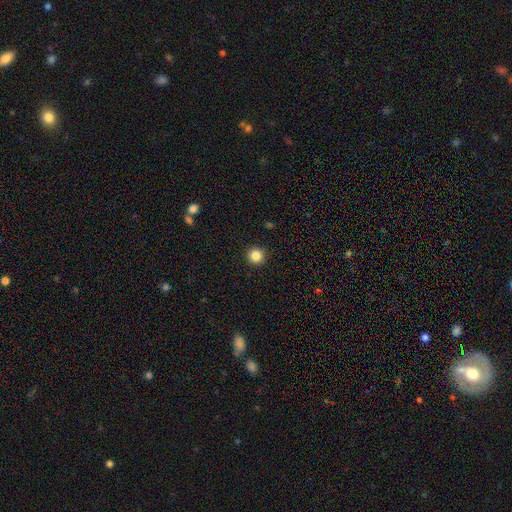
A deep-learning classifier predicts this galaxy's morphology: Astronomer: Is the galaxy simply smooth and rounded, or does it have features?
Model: smooth — 85%.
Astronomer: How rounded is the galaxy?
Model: round — 95%.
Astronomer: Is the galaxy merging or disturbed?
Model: none — 93%.